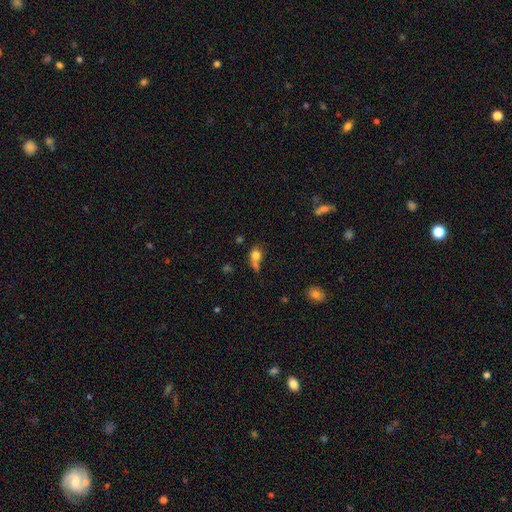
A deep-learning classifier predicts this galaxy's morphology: Smooth or featured: smooth — 74% (featured or disk — 14%)
How rounded: round — 51% (in between — 45%)
Merging: none — 32% (tied with merger — 32%)